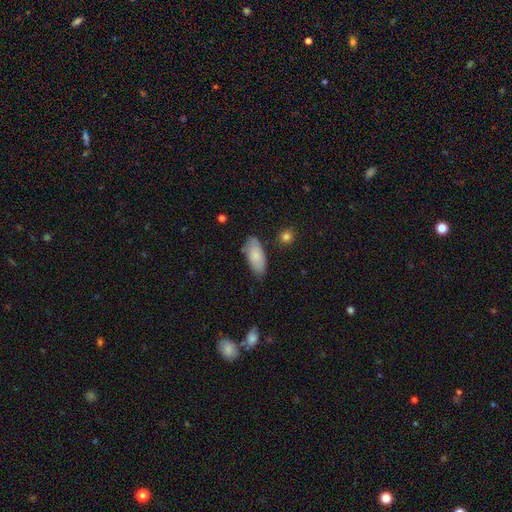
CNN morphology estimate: Overall: smooth (83%). How rounded: in between (88%). Merging: none (72%).